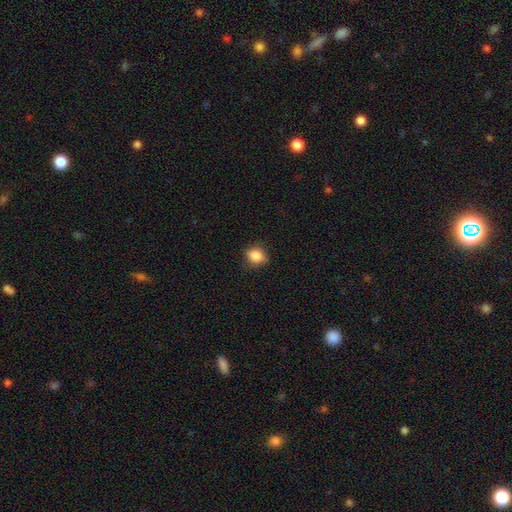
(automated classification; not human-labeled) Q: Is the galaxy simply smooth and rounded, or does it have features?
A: smooth — 83%.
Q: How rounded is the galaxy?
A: round — 53%.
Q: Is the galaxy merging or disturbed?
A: none — 78%.